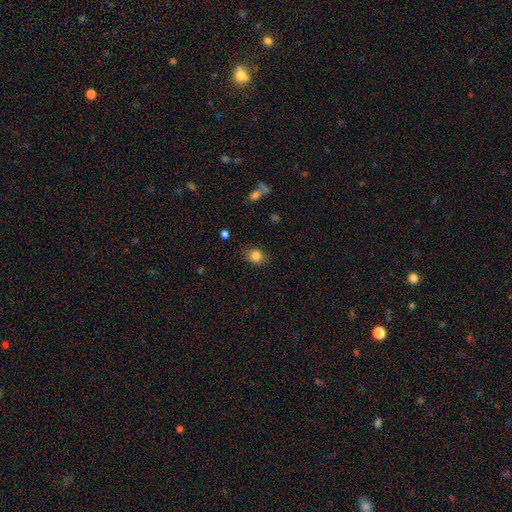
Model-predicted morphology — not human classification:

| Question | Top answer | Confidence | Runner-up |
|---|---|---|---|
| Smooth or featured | smooth | 84% | star or artifact (10%) |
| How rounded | round | 56% | in between (43%) |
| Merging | none | 81% | minor disturbance (14%) |